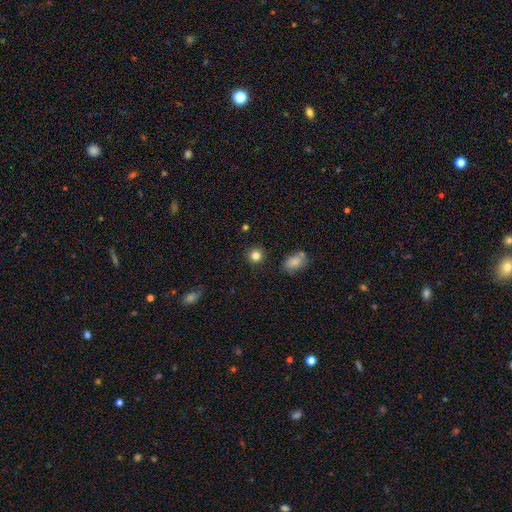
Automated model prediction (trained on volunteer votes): This is clearly a smooth galaxy (83%). How rounded: clearly round (91%). Merging: clearly none (89%).